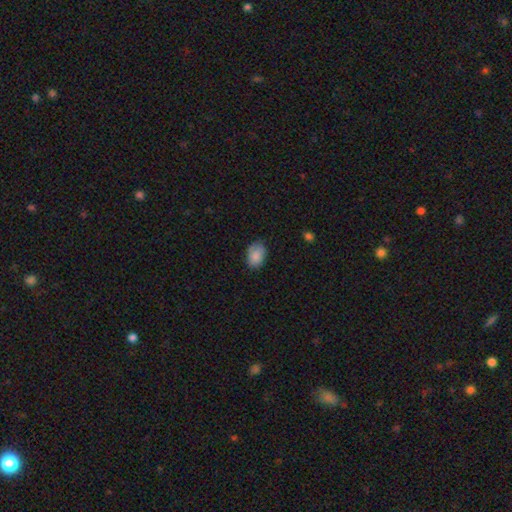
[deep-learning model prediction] smooth-or-featured: smooth: 86% | star or artifact: 7% | featured or disk: 7%
  how-rounded: in between: 85% | round: 14% | cigar-shaped: 1%
  merging: none: 75% | minor disturbance: 20% | major disturbance: 4% | merger: 1%